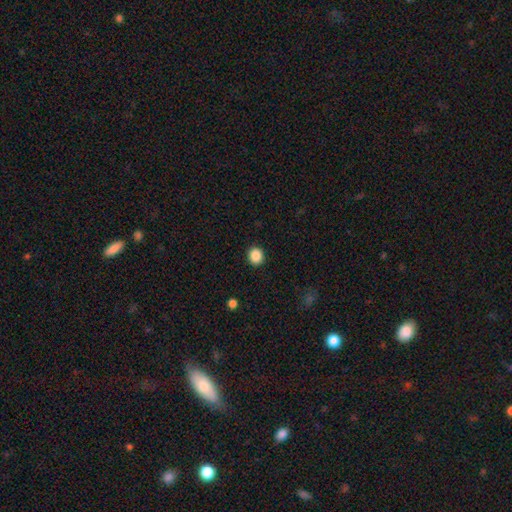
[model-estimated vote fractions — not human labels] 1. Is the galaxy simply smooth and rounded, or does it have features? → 88% smooth, 10% star or artifact, 3% featured or disk.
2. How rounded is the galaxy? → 85% round, 14% in between, 1% cigar-shaped.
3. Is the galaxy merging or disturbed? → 92% none, 6% minor disturbance, 2% major disturbance, 1% merger.